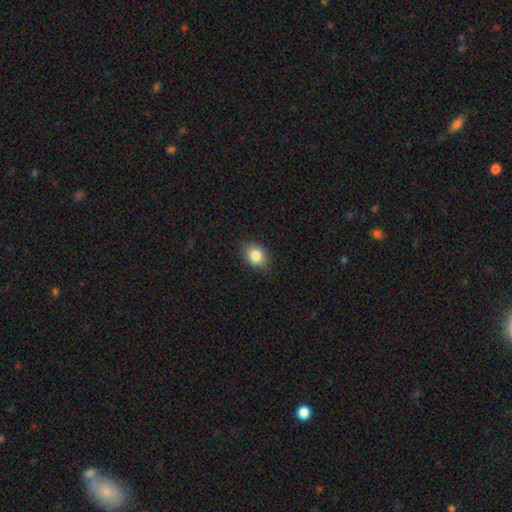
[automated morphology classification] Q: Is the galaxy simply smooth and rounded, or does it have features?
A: smooth — 83%.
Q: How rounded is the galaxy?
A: in between — 60%.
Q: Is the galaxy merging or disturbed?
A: none — 84%.